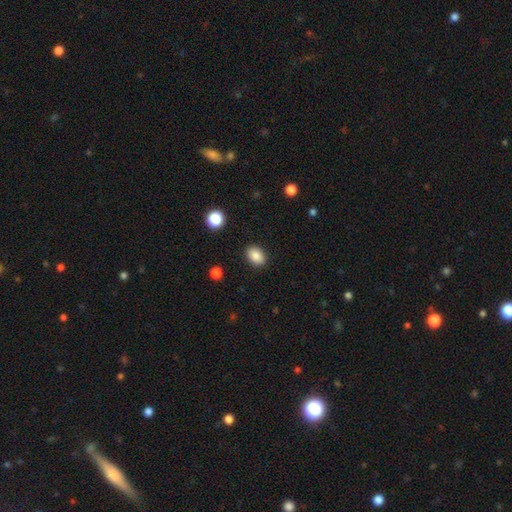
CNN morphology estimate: Smooth or featured: smooth — 86% (star or artifact — 9%)
How rounded: in between — 74% (round — 25%)
Merging: none — 89% (minor disturbance — 8%)